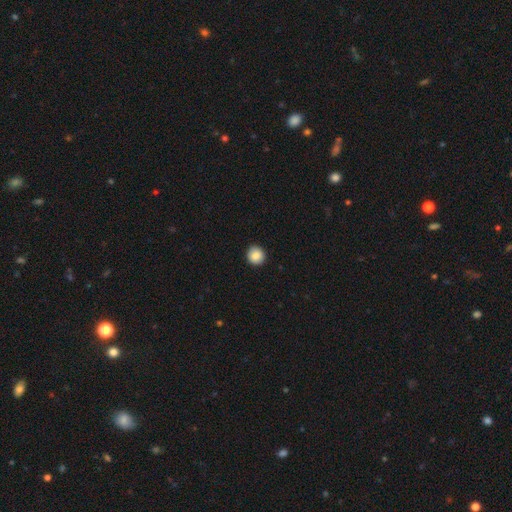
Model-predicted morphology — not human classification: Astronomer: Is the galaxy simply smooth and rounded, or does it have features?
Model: smooth — 87%.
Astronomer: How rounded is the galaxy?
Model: round — 94%.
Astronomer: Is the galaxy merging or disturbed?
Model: none — 92%.